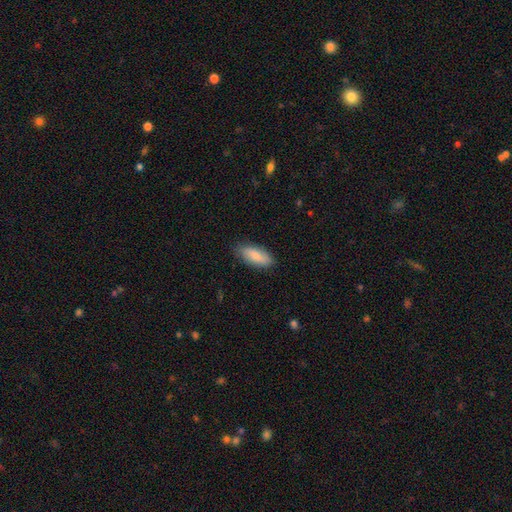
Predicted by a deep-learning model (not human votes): This is clearly a smooth galaxy (84%). How rounded: clearly in between (82%). Merging: clearly none (81%).